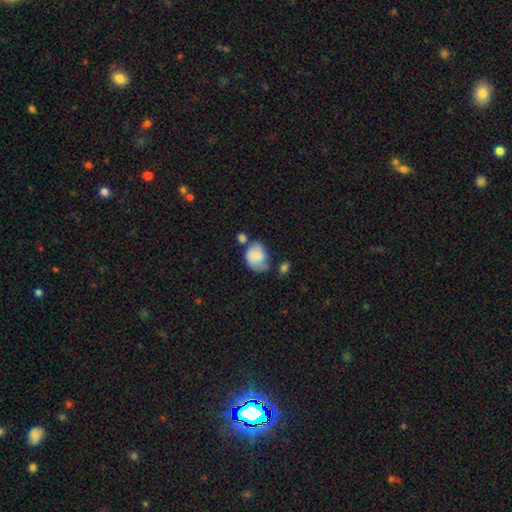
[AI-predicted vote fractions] Smooth or featured? Predicted: smooth (p=0.77). How rounded? Predicted: in between (p=0.61). Merging? Predicted: none (p=0.33).